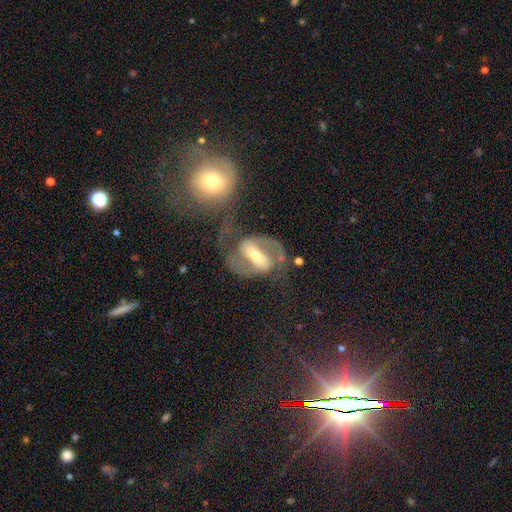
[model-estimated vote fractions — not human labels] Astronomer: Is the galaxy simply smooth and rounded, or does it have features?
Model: featured or disk — 86%.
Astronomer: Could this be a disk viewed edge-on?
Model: no — 97%.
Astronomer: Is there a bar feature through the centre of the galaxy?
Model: strong — 60%.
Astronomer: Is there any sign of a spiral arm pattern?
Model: yes — 95%.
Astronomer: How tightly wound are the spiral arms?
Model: medium — 59%.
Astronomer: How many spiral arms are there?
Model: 2 — 92%.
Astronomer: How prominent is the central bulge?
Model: moderate — 56%.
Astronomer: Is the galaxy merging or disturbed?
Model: none — 54%.